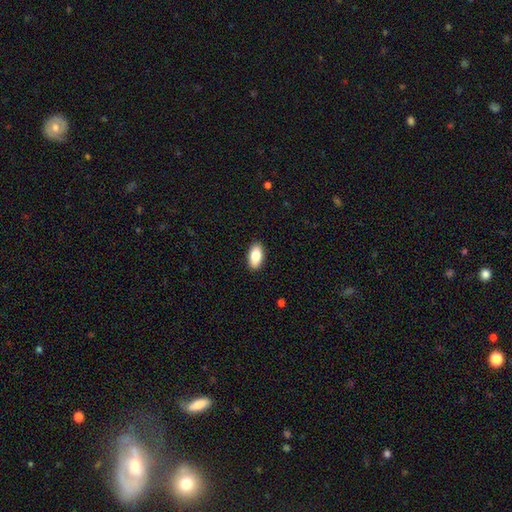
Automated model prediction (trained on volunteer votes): Morphology: type=smooth (84%); roundness=in between (92%); merging=none (90%).